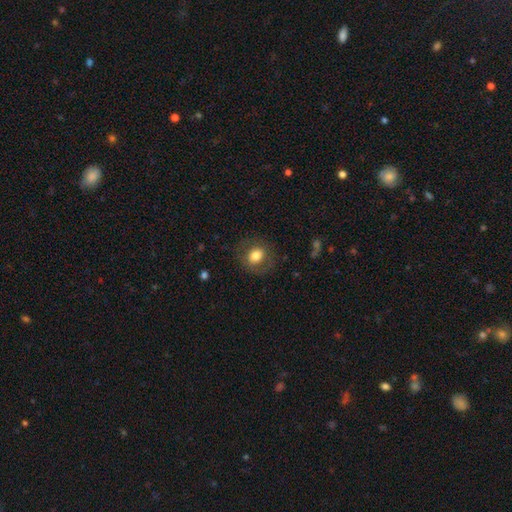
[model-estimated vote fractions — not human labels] This appears to be a smooth galaxy with no disk features (74%) that is round (61%). Merging: none (78%).